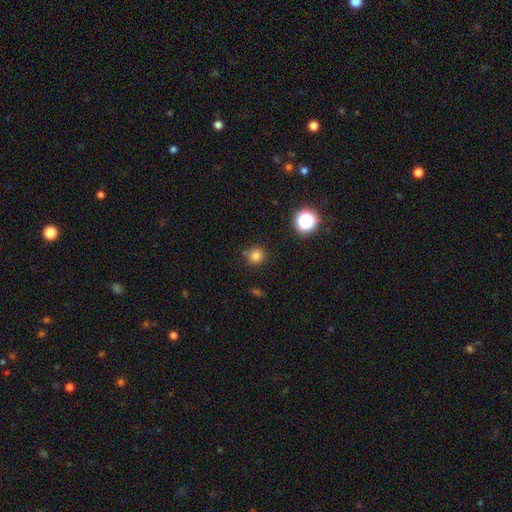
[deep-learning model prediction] A smooth galaxy with no disk features (79%) that is round (93%).

Vote fractions:
- Smooth or featured? smooth: 79% / star or artifact: 16% / featured or disk: 5%
- How rounded? round: 93% / in between: 6% / cigar-shaped: 1%
- Merging? none: 80% / minor disturbance: 11% / merger: 6% / major disturbance: 3%